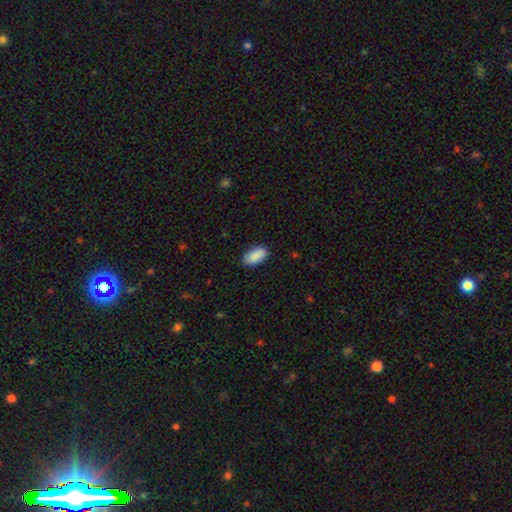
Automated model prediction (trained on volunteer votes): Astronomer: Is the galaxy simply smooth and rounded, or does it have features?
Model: smooth — 90%.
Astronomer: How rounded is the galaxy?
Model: in between — 93%.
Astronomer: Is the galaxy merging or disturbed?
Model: none — 87%.